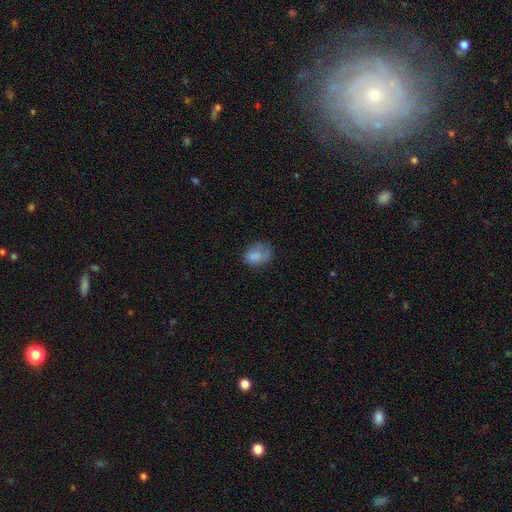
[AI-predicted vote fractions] Q: Smooth or featured?
A: smooth (78%); runner-up: featured or disk (12%)
Q: How rounded?
A: in between (59%); runner-up: round (40%)
Q: Merging?
A: none (54%); runner-up: minor disturbance (28%)